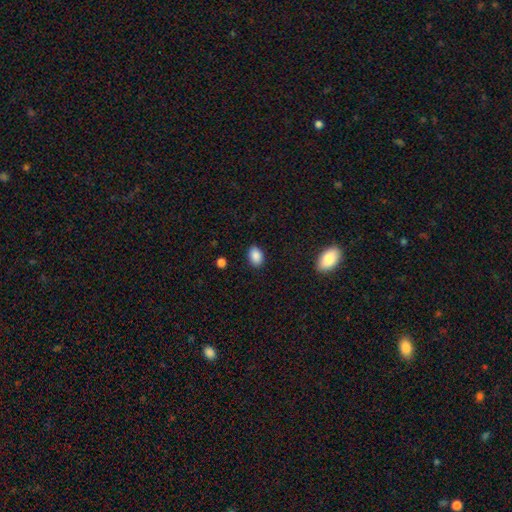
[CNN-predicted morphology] Smooth or featured? Predicted: smooth (p=0.88). How rounded? Predicted: in between (p=0.82). Merging? Predicted: none (p=0.87).